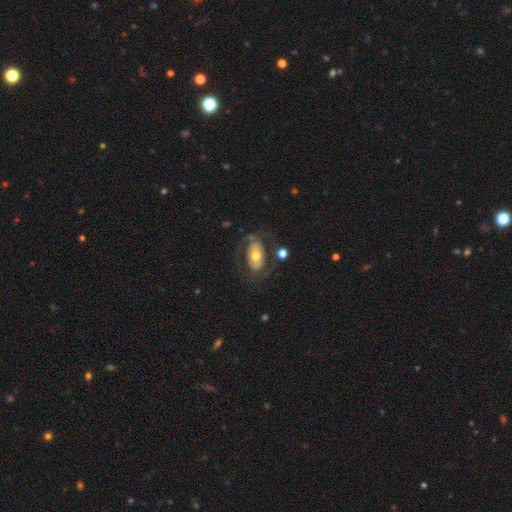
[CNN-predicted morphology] Smooth or featured: featured or disk — 47% (smooth — 46%)
Merging: none — 64% (minor disturbance — 17%)